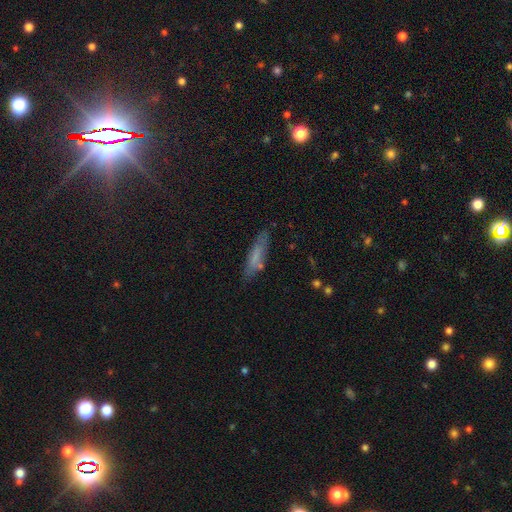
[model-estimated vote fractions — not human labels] This is likely a smooth galaxy (65%). How rounded: likely cigar-shaped (74%). Merging: likely none (75%).